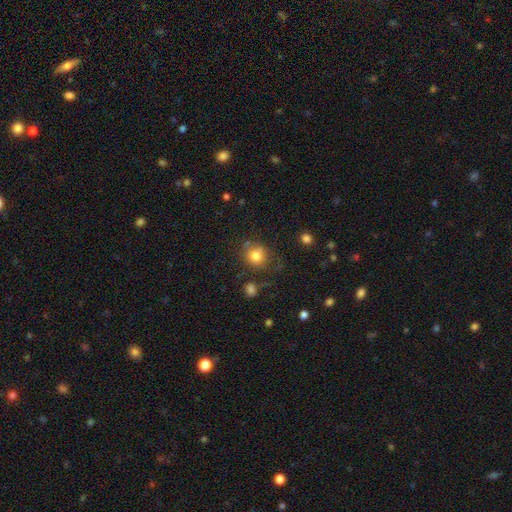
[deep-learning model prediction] Smooth or featured? Predicted: smooth (p=0.81). How rounded? Predicted: round (p=0.83). Merging? Predicted: none (p=0.70).